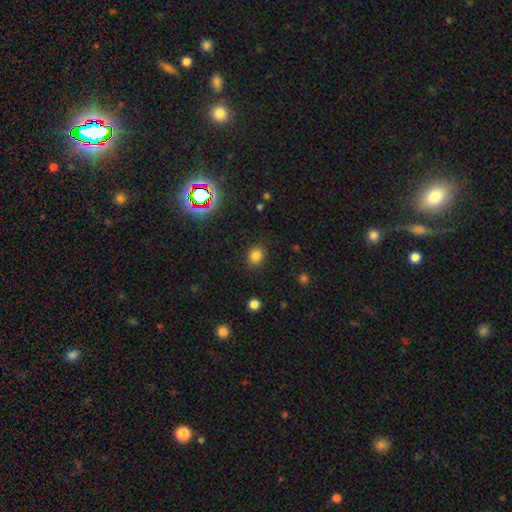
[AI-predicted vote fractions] Smooth or featured? Predicted: smooth (p=0.81). How rounded? Predicted: round (p=0.78). Merging? Predicted: none (p=0.88).